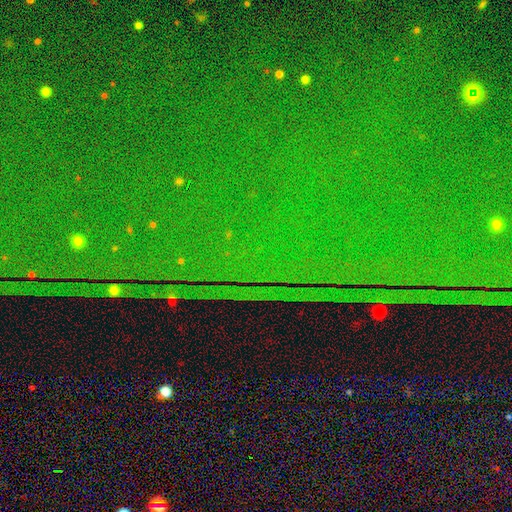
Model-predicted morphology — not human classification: The model was most divided on "smooth or featured": star or artifact: 88%, featured or disk: 6%, smooth: 6%.